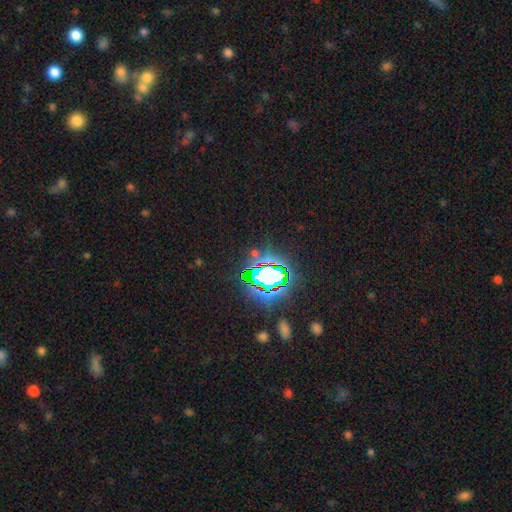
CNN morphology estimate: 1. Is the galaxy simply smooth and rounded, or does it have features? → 76% star or artifact, 15% smooth, 10% featured or disk.